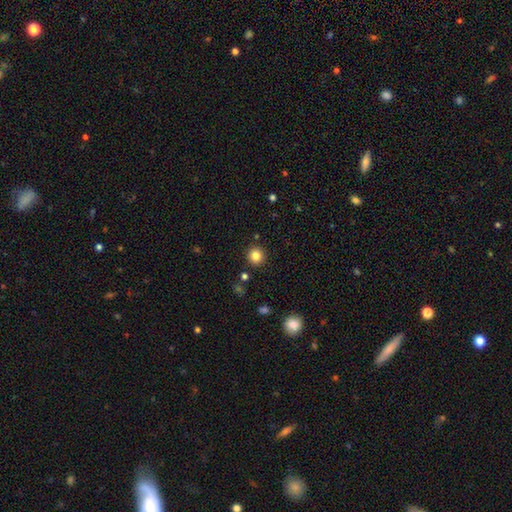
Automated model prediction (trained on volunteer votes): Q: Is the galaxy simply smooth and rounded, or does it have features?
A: smooth — 83%.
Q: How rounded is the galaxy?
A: round — 94%.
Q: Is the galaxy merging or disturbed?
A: none — 90%.